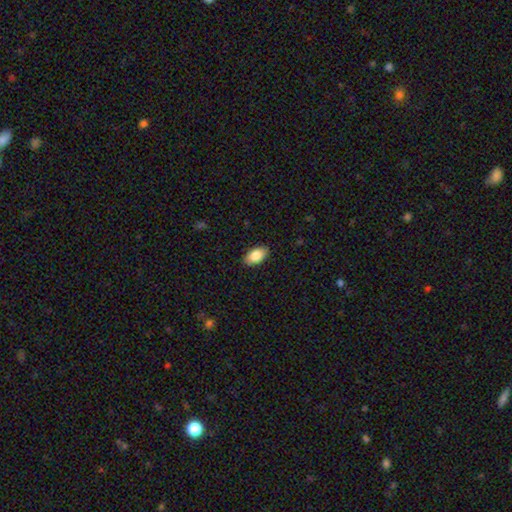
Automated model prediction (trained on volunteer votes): smooth-or-featured: smooth: 85% | featured or disk: 8% | star or artifact: 7%
  how-rounded: in between: 94% | round: 4% | cigar-shaped: 2%
  merging: none: 88% | minor disturbance: 9% | major disturbance: 2% | merger: 1%